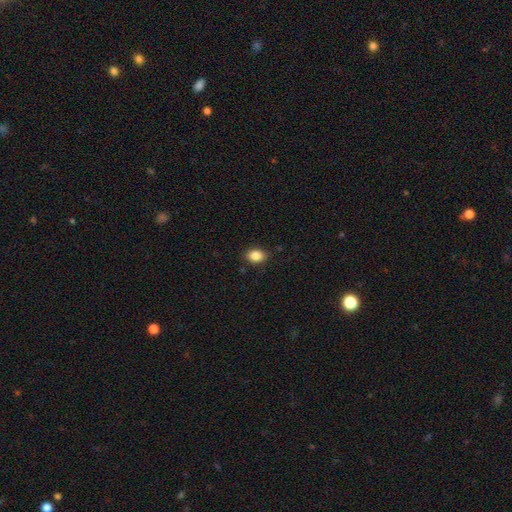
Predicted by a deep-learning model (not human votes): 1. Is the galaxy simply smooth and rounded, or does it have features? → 86% smooth, 9% star or artifact, 5% featured or disk.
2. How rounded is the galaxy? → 71% in between, 28% round, 1% cigar-shaped.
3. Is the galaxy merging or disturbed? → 85% none, 12% minor disturbance, 2% major disturbance, 1% merger.